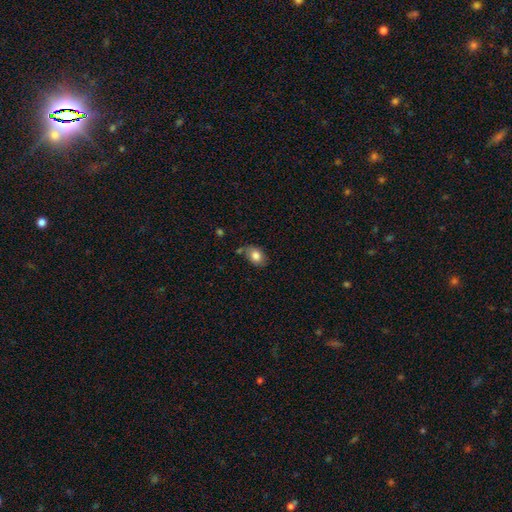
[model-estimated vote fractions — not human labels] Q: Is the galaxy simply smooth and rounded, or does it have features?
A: smooth — 81%.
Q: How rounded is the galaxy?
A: in between — 74%.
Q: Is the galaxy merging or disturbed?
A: none — 60%.